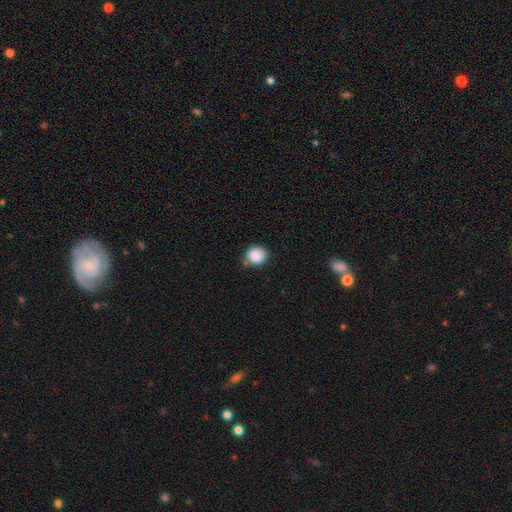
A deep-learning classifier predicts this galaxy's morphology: type=smooth (87%); roundness=round (88%); merging=none (80%).